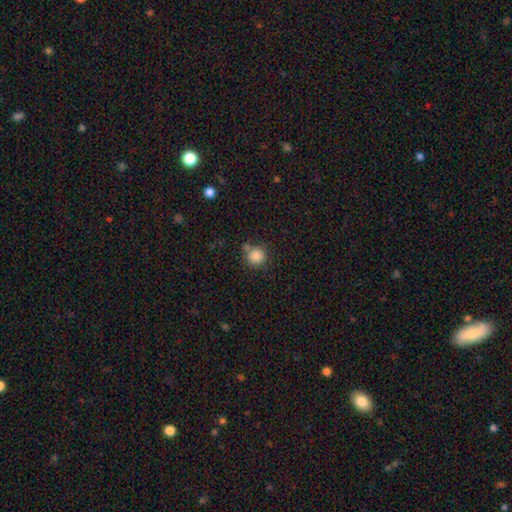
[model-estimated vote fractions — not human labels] Q: Smooth or featured?
A: smooth (85%); runner-up: star or artifact (10%)
Q: How rounded?
A: round (92%); runner-up: in between (7%)
Q: Merging?
A: none (70%); runner-up: minor disturbance (13%)